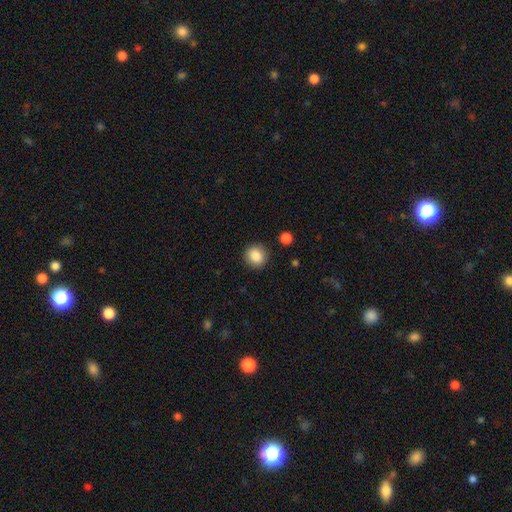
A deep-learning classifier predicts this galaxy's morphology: type=smooth (87%); roundness=round (85%); merging=none (89%).